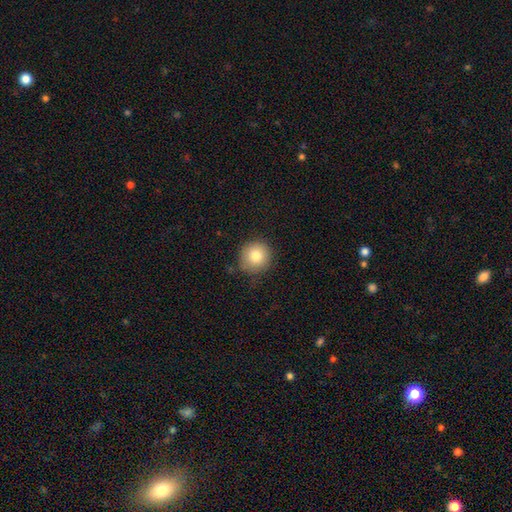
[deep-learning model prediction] Smooth or featured?
  - smooth: 80% *
  - featured or disk: 10%
  - star or artifact: 10%
How rounded?
  - round: 93% *
  - in between: 6%
  - cigar-shaped: 1%
Merging?
  - none: 82% *
  - minor disturbance: 13%
  - major disturbance: 3%
  - merger: 2%